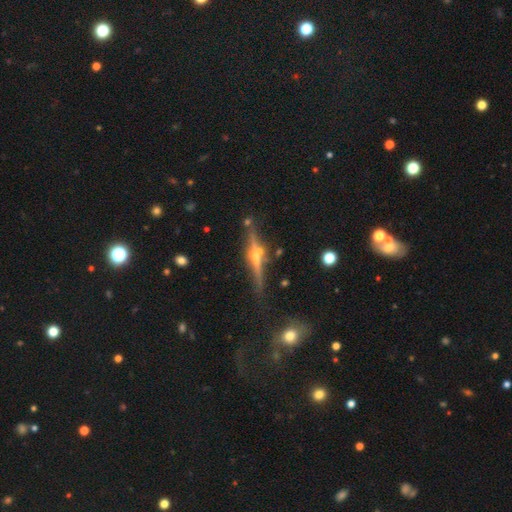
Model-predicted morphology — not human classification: This is likely a featured or disk galaxy (77%). It is clearly viewed edge-on (96%). Edge-on bulge: clearly rounded (81%). Merging: likely none (79%).